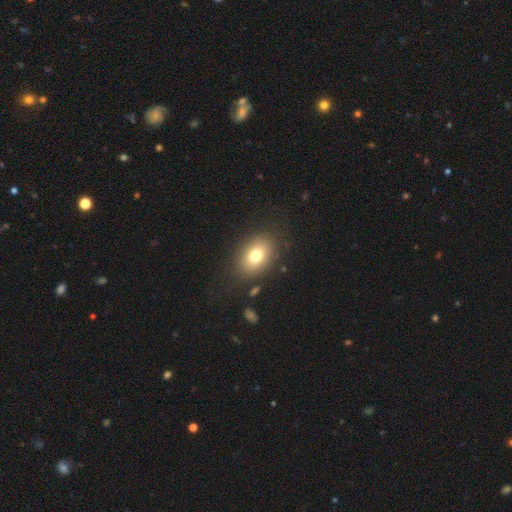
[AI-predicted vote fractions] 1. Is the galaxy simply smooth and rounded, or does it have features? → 77% smooth, 13% featured or disk, 10% star or artifact.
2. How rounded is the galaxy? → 74% in between, 24% round, 1% cigar-shaped.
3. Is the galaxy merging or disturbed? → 82% none, 11% minor disturbance, 5% major disturbance, 2% merger.